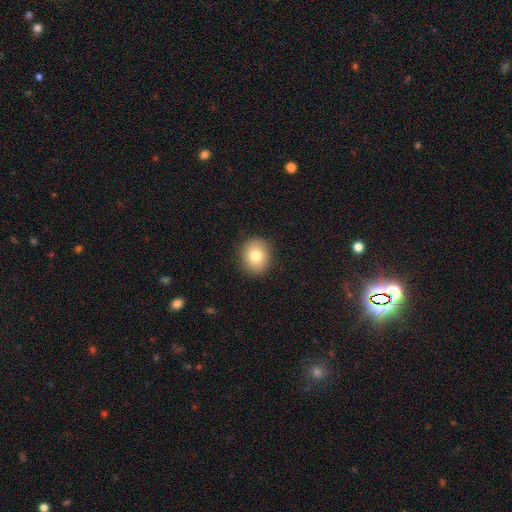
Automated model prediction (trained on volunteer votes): A smooth galaxy with no disk features (80%) that is round (70%). Merging: none (90%).